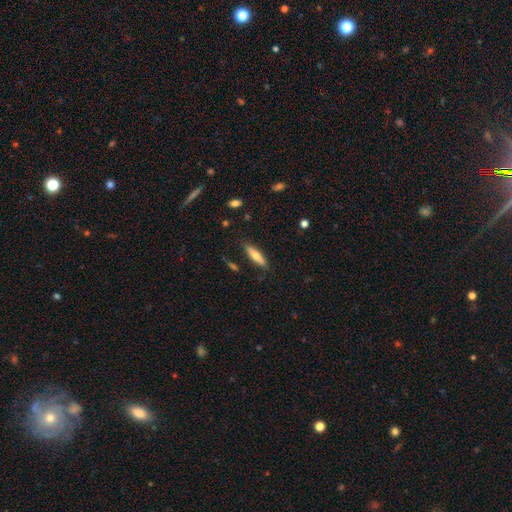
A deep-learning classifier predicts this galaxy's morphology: Q: Smooth or featured?
A: smooth (60%); runner-up: featured or disk (34%)
Q: How rounded?
A: cigar-shaped (73%); runner-up: in between (25%)
Q: Merging?
A: none (83%); runner-up: minor disturbance (12%)